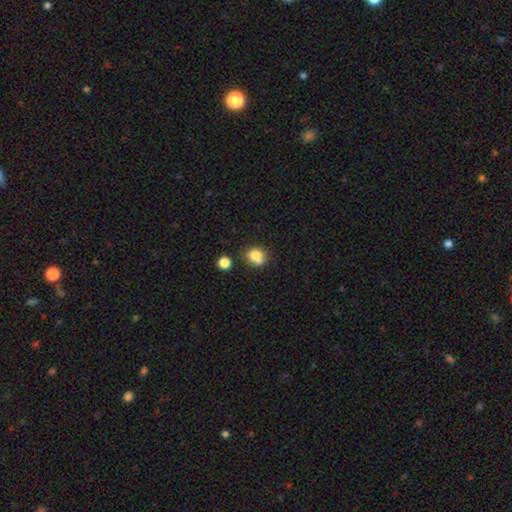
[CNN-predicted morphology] A smooth galaxy with no disk features (78%) that is round (66%).

Vote fractions:
- Smooth or featured? smooth: 78% / star or artifact: 11% / featured or disk: 11%
- How rounded? round: 66% / in between: 33% / cigar-shaped: 1%
- Merging? none: 49% / merger: 28% / minor disturbance: 17% / major disturbance: 6%